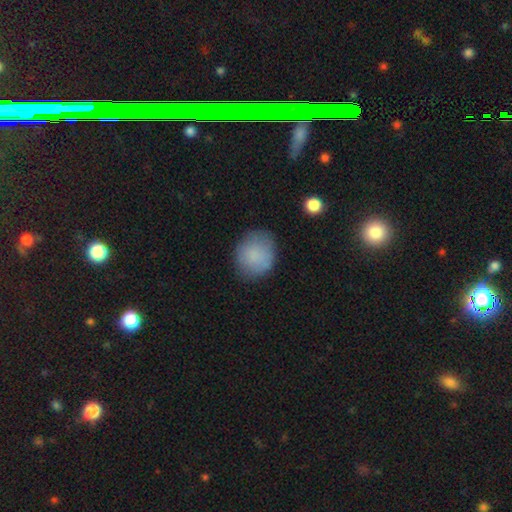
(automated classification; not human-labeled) smooth-or-featured: smooth: 85% | star or artifact: 8% | featured or disk: 7%
  how-rounded: round: 71% | in between: 28% | cigar-shaped: 1%
  merging: none: 75% | minor disturbance: 18% | major disturbance: 5% | merger: 1%